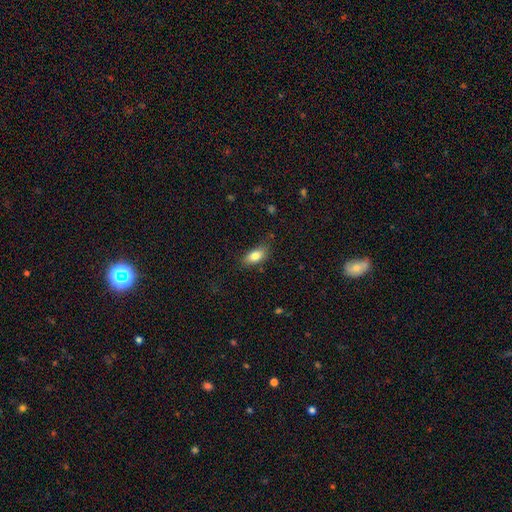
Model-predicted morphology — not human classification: This is clearly a smooth galaxy (82%). How rounded: clearly in between (86%). Merging: likely none (76%).